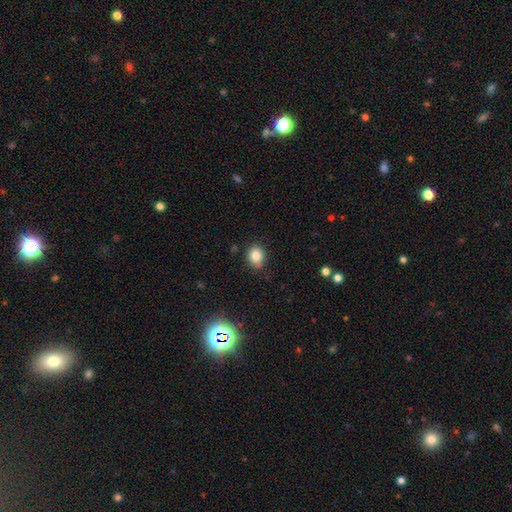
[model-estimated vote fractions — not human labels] smooth 84%, star or artifact 11%, featured or disk 5%. Down the decision tree: how rounded — in between (50%); merging — none (80%).